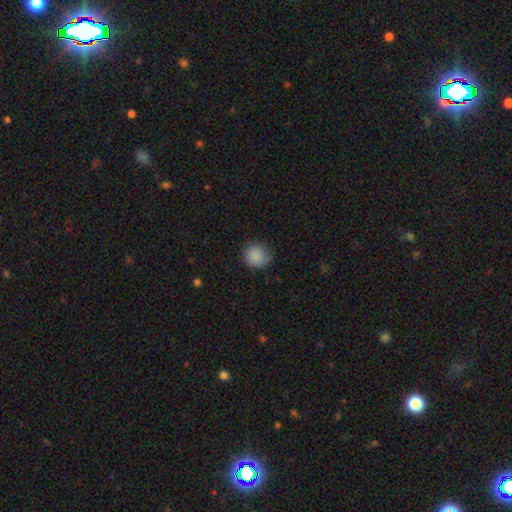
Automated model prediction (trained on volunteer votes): The model was most divided on "merging": none: 78%, minor disturbance: 17%, major disturbance: 4%, merger: 1%. More confident: how rounded — round (88%); smooth or featured — smooth (87%).